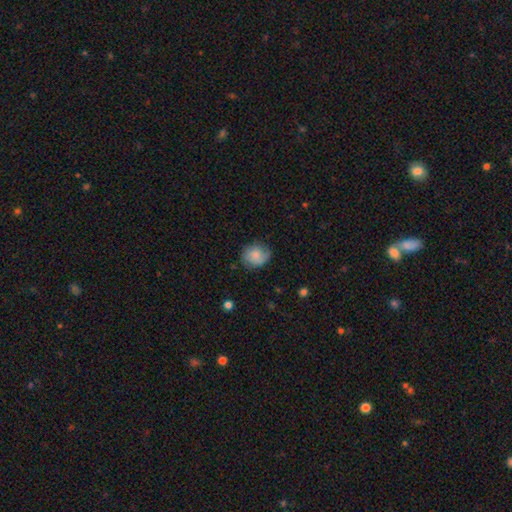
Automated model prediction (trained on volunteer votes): smooth_or_featured: smooth (p=0.73) [alt: featured or disk p=0.19]
how_rounded: round (p=0.68) [alt: in between p=0.31]
merging: none (p=0.73) [alt: minor disturbance p=0.21]